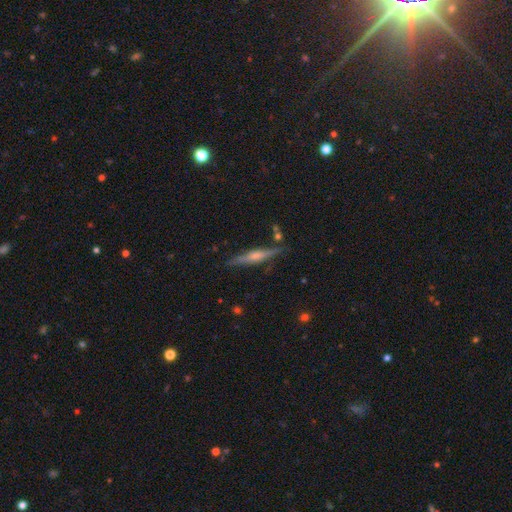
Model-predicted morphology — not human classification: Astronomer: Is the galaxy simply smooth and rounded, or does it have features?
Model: featured or disk — 73%.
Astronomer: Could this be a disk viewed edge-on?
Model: yes — 98%.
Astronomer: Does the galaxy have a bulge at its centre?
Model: rounded — 79%.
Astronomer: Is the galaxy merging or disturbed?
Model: none — 87%.